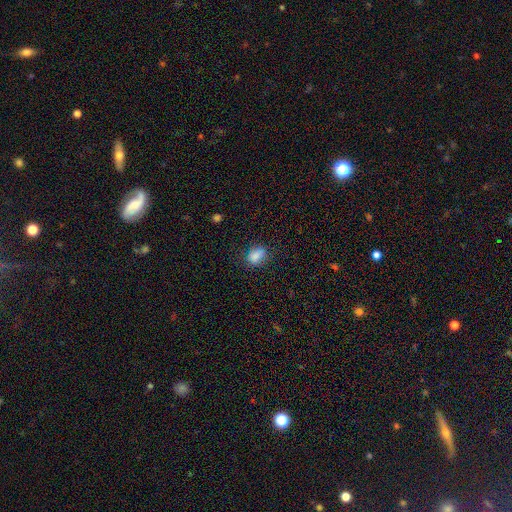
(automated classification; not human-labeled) smooth_or_featured: smooth (p=0.84) [alt: star or artifact p=0.10]
how_rounded: in between (p=0.74) [alt: round p=0.23]
merging: none (p=0.69) [alt: minor disturbance p=0.23]